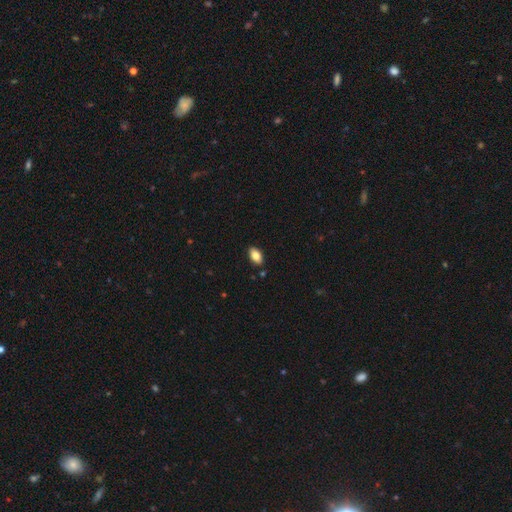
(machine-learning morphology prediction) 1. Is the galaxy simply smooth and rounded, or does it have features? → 82% smooth, 10% featured or disk, 8% star or artifact.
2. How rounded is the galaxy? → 93% in between, 4% round, 3% cigar-shaped.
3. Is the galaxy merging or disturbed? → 88% none, 9% minor disturbance, 2% major disturbance, 2% merger.